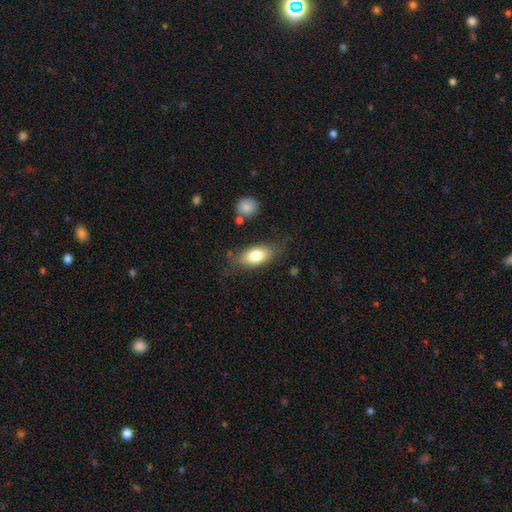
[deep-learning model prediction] This is likely a smooth galaxy (76%). How rounded: clearly in between (85%). Merging: likely none (71%).